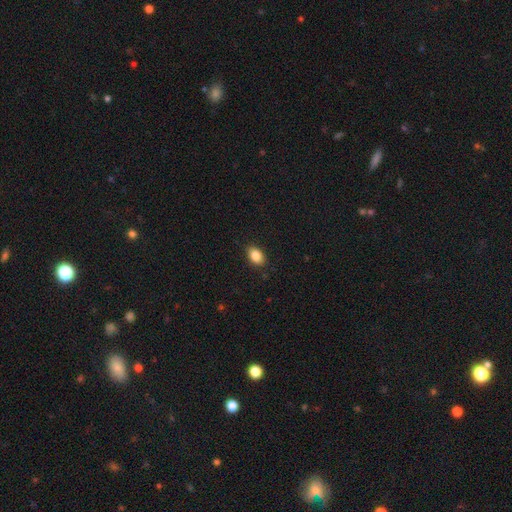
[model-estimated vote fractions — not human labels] The model was most divided on "how rounded": in between: 86%, round: 13%, cigar-shaped: 1%. More confident: merging — none (88%); smooth or featured — smooth (87%).